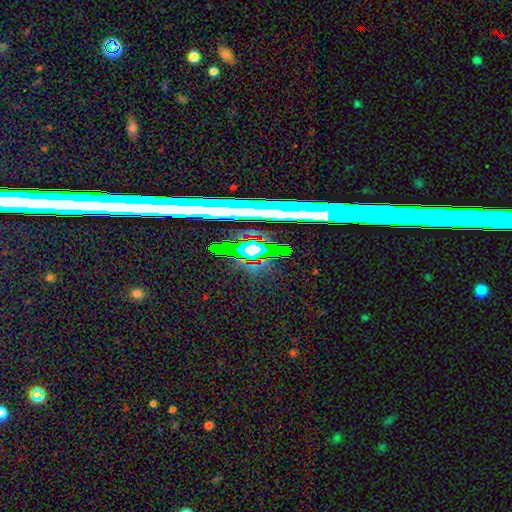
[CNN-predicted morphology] A star or artifact, not a galaxy (72%).